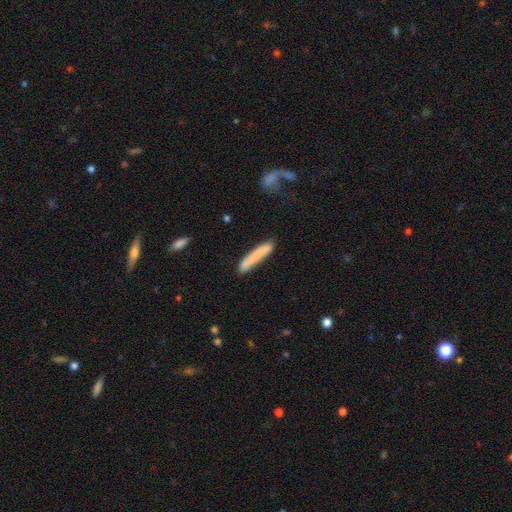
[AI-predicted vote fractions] A smooth galaxy with no disk features (77%) that is cigar-shaped (92%). Merging: none (76%).